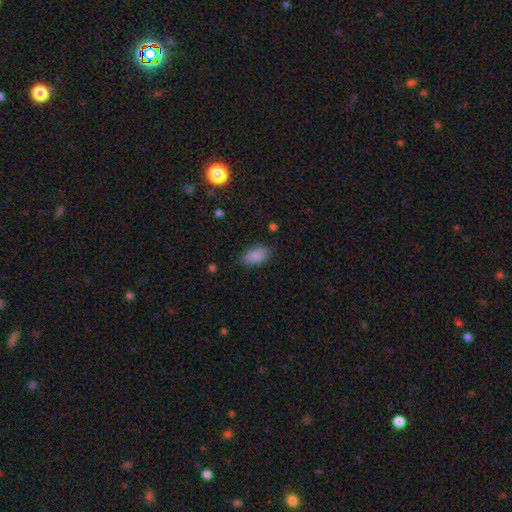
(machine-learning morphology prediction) Smooth or featured?
  - smooth: 88% *
  - star or artifact: 8%
  - featured or disk: 5%
How rounded?
  - in between: 93% *
  - round: 4%
  - cigar-shaped: 3%
Merging?
  - none: 82% *
  - minor disturbance: 14%
  - major disturbance: 3%
  - merger: 1%